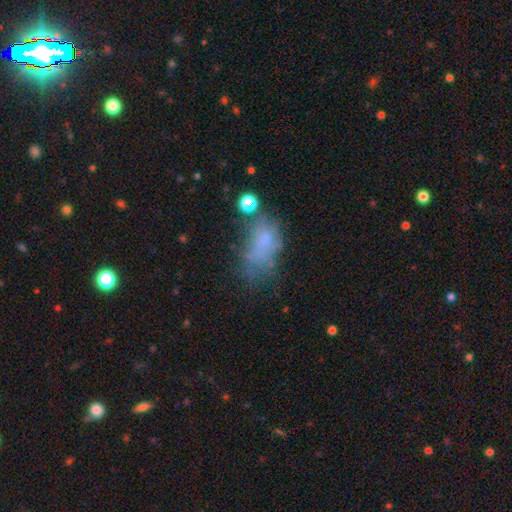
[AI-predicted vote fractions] The model was most divided on "merging": none: 34%, major disturbance: 30%, minor disturbance: 24%, merger: 12%. More confident: how rounded — in between (84%); smooth or featured — smooth (53%).